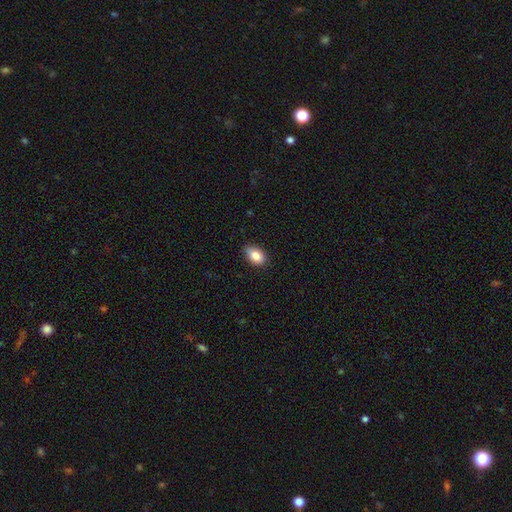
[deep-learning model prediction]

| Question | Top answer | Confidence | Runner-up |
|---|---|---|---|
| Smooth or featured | smooth | 86% | star or artifact (8%) |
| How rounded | in between | 88% | round (10%) |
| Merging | none | 82% | minor disturbance (15%) |